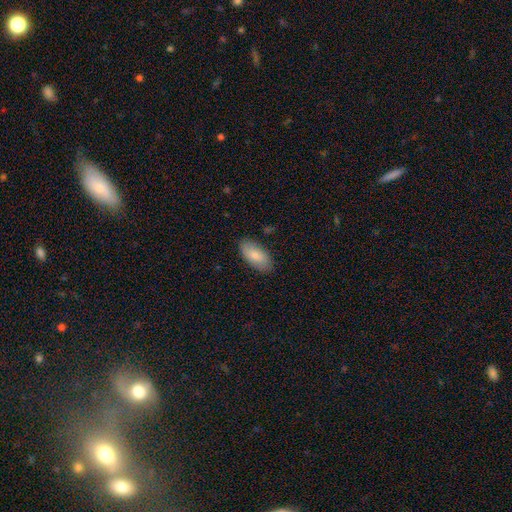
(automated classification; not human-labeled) Smooth or featured: smooth — 83% (featured or disk — 11%)
How rounded: in between — 93% (cigar-shaped — 5%)
Merging: none — 86% (minor disturbance — 11%)